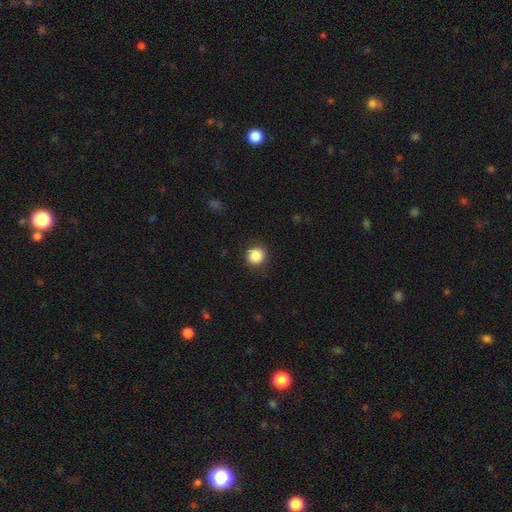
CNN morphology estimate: A smooth galaxy with no disk features (87%) that is round (92%). Merging: none (87%).